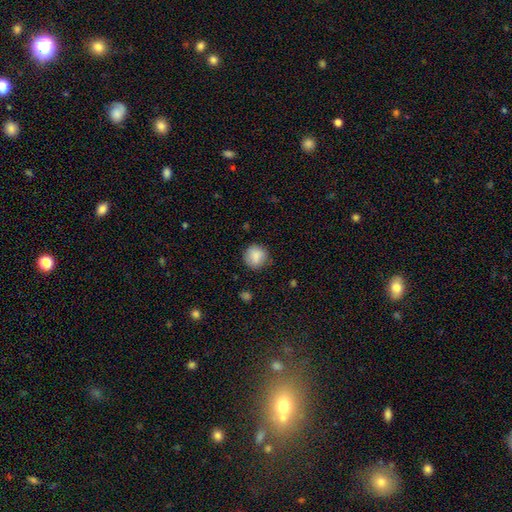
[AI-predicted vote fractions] smooth_or_featured: smooth (p=0.86) [alt: star or artifact p=0.08]
how_rounded: round (p=0.90) [alt: in between p=0.09]
merging: none (p=0.81) [alt: minor disturbance p=0.14]